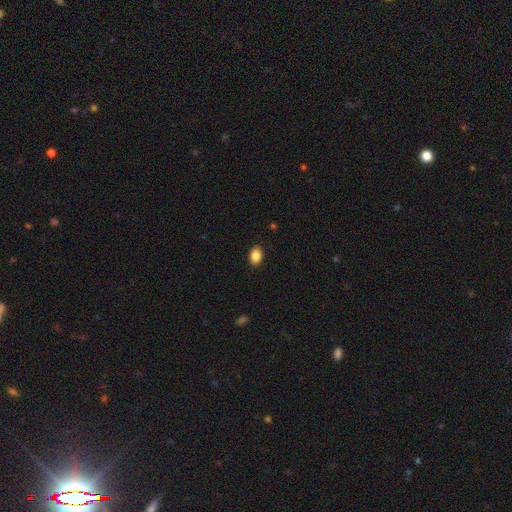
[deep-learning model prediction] Smooth or featured?
  - smooth: 88% *
  - star or artifact: 8%
  - featured or disk: 4%
How rounded?
  - in between: 82% *
  - round: 17%
  - cigar-shaped: 1%
Merging?
  - none: 89% *
  - minor disturbance: 8%
  - major disturbance: 2%
  - merger: 1%